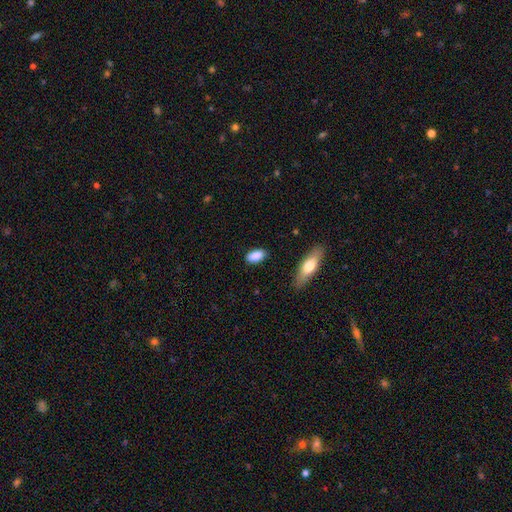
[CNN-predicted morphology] Q: Smooth or featured?
A: smooth (88%); runner-up: star or artifact (7%)
Q: How rounded?
A: in between (90%); runner-up: cigar-shaped (6%)
Q: Merging?
A: none (83%); runner-up: minor disturbance (13%)